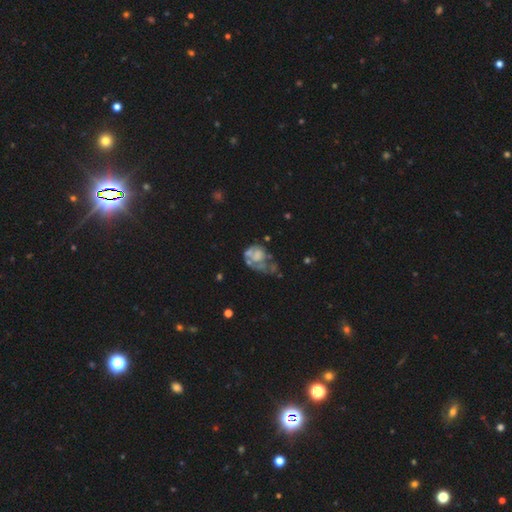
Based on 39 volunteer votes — This is likely a featured or disk galaxy (64%). It is clearly not viewed edge-on (100%). Bar: clearly no (88%). Spiral arm pattern: clearly no (80%). Central bulge: likely none (64%). Merging: marginally minor disturbance (38%).